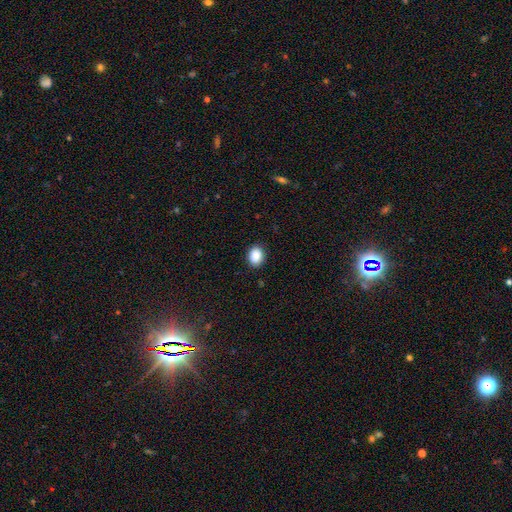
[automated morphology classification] Smooth or featured? smooth (89%)
How rounded? in between (63%)
Merging? none (89%)